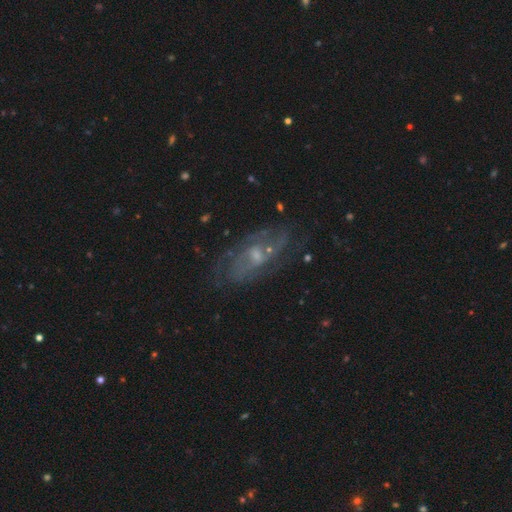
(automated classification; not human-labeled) This appears to be a featured or disk galaxy (74%) with no bar (58%), medium (44%) spiral arms (77%) and a small central bulge (55%). Merging: none (65%).